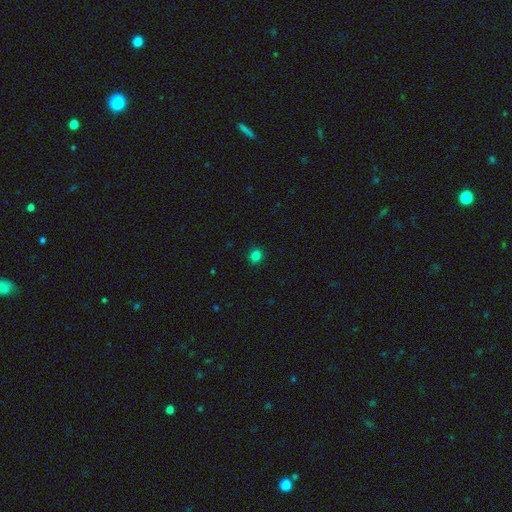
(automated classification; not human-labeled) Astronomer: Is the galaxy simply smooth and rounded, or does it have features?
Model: smooth — 82%.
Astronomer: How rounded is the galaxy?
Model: round — 78%.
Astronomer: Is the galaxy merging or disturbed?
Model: none — 92%.